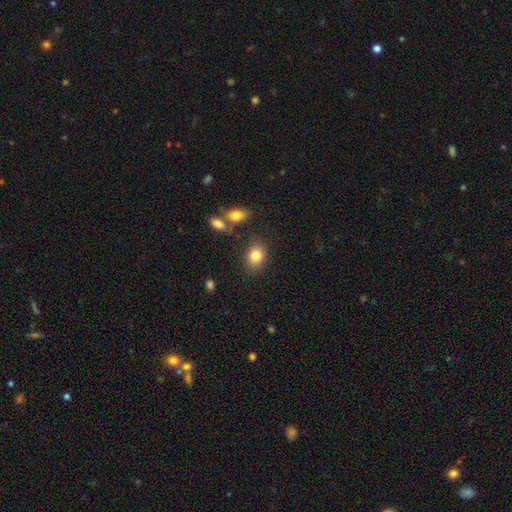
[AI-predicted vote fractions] This is clearly a smooth galaxy (83%). How rounded: likely in between (60%). Merging: likely none (80%).